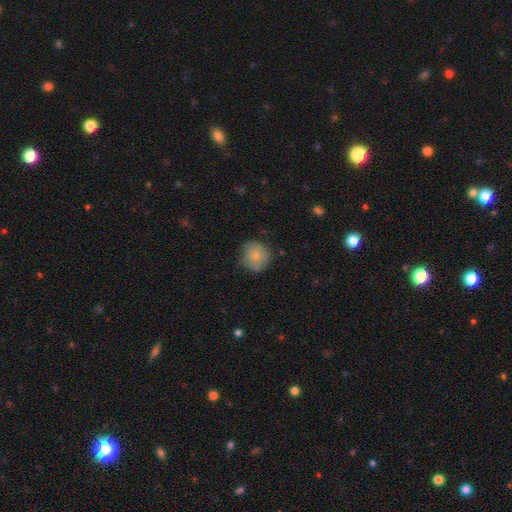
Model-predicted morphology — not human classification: A smooth galaxy with no disk features (76%) that is round (89%). Merging: none (72%).